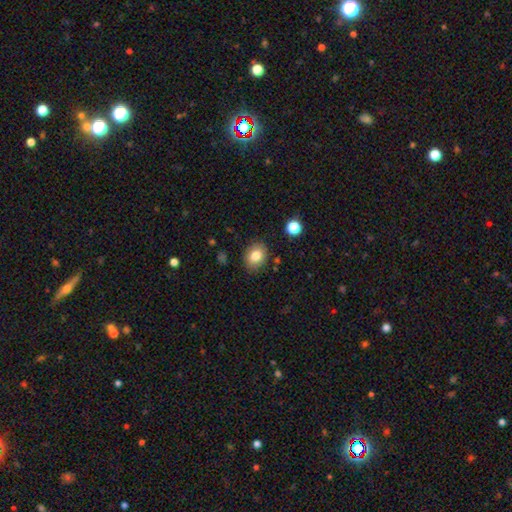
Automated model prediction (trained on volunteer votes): smooth-or-featured: smooth: 81% | featured or disk: 9% | star or artifact: 9%
  how-rounded: in between: 54% | round: 45% | cigar-shaped: 1%
  merging: none: 84% | minor disturbance: 11% | major disturbance: 3% | merger: 2%